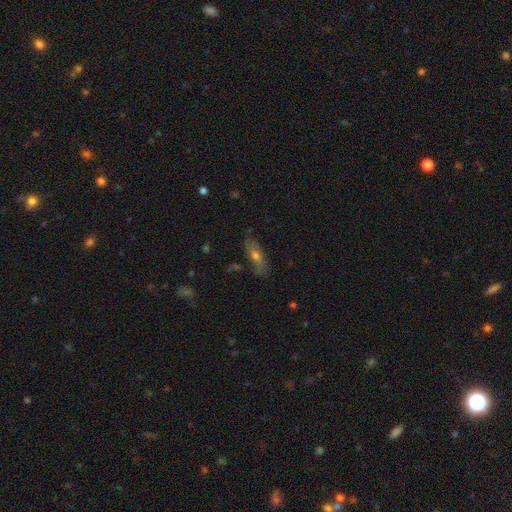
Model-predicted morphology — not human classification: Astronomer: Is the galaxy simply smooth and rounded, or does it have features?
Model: featured or disk — 45% (runner-up: smooth, 44%).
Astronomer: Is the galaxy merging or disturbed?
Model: none — 76%.